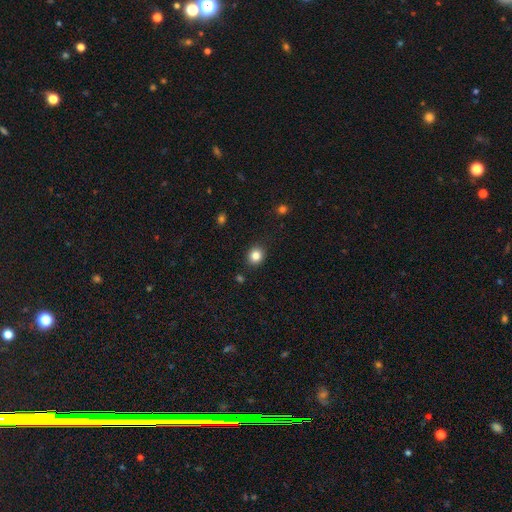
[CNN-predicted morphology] The model was most divided on "how rounded": round: 73%, in between: 26%, cigar-shaped: 1%. More confident: merging — none (89%); smooth or featured — smooth (84%).